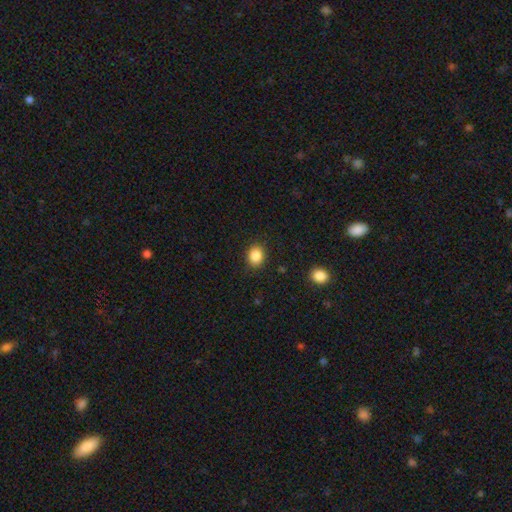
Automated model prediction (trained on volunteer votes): Q: Smooth or featured?
A: smooth (87%); runner-up: star or artifact (9%)
Q: How rounded?
A: round (61%); runner-up: in between (38%)
Q: Merging?
A: none (88%); runner-up: minor disturbance (8%)